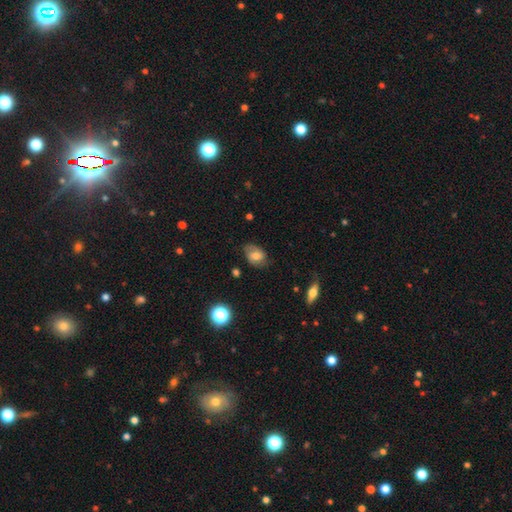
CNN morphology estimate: This appears to be a smooth galaxy with no disk features (52%) that is in between round and cigar-shaped (77%). Merging: none (70%).